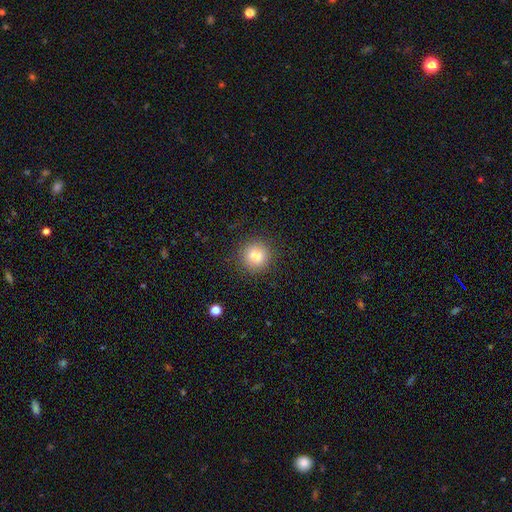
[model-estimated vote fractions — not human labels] This is likely a smooth galaxy (79%). How rounded: clearly round (88%). Merging: likely none (79%).